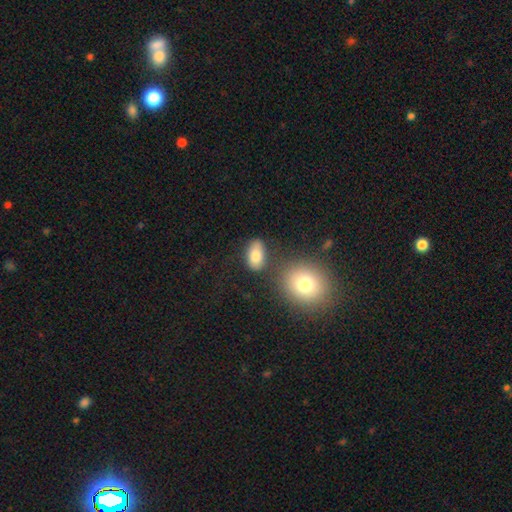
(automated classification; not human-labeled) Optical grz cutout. It shows a smooth galaxy with no disk features (82%) that is in between round and cigar-shaped (87%). Merging: none (72%).